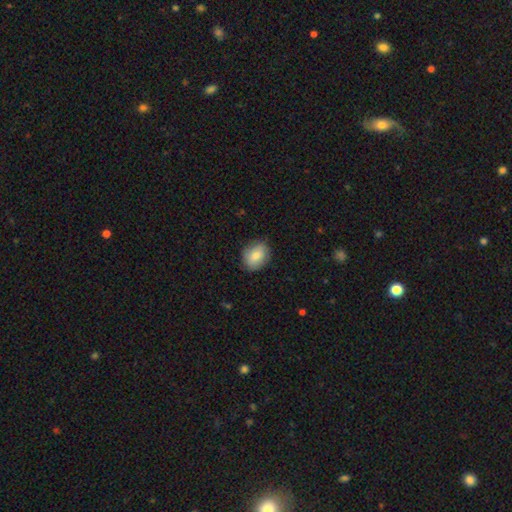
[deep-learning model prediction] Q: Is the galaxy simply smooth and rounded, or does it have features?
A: smooth — 80%.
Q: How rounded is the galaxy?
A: in between — 60%.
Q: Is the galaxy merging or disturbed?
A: none — 82%.